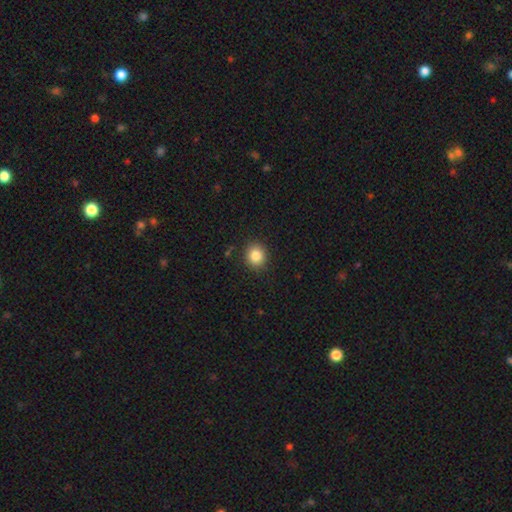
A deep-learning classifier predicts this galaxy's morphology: Smooth or featured?
  - smooth: 85% *
  - star or artifact: 10%
  - featured or disk: 5%
How rounded?
  - round: 83% *
  - in between: 16%
  - cigar-shaped: 1%
Merging?
  - none: 90% *
  - minor disturbance: 7%
  - major disturbance: 2%
  - merger: 1%